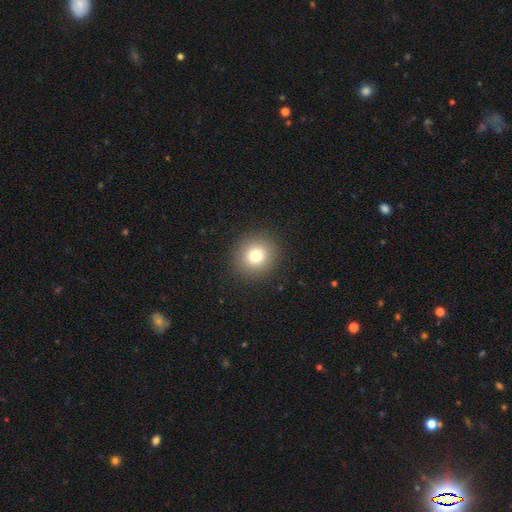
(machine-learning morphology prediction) The model was most divided on "smooth or featured": smooth: 78%, star or artifact: 12%, featured or disk: 10%. More confident: how rounded — round (91%); merging — none (91%).